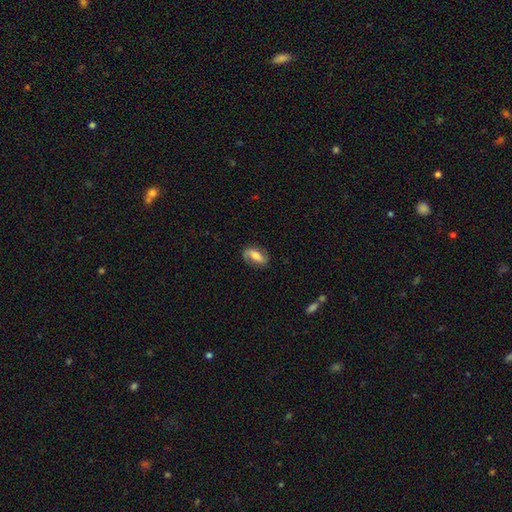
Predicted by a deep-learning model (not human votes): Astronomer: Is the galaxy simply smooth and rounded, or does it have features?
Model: featured or disk — 55% (runner-up: smooth, 38%).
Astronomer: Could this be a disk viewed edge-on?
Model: no — 93%.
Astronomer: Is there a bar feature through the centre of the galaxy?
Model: no — 37% (runner-up: weak, 35%).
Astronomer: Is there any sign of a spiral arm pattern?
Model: yes — 85%.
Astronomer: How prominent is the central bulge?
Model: moderate — 56%.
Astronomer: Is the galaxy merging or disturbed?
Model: none — 75%.